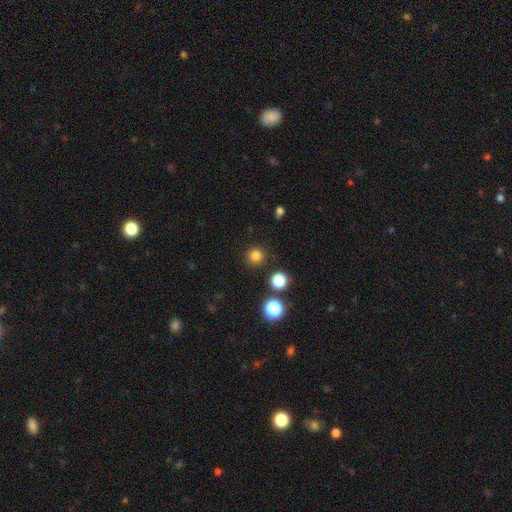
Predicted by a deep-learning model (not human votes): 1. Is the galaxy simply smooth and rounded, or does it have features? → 81% smooth, 15% star or artifact, 4% featured or disk.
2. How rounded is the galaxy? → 95% round, 4% in between, 1% cigar-shaped.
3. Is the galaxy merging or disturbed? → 90% none, 6% minor disturbance, 2% merger, 2% major disturbance.